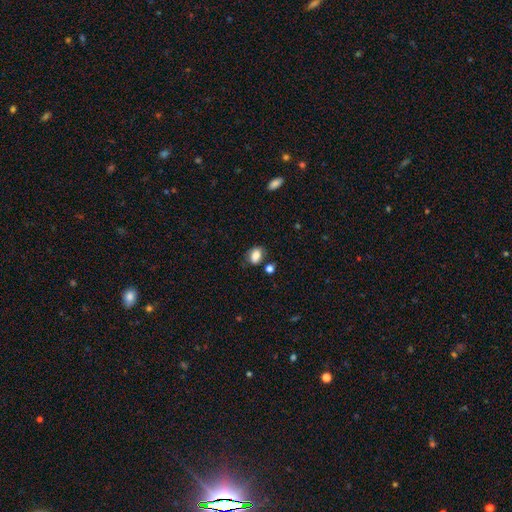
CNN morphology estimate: Smooth or featured?
  - smooth: 82% *
  - star or artifact: 9%
  - featured or disk: 9%
How rounded?
  - in between: 78% *
  - round: 20%
  - cigar-shaped: 2%
Merging?
  - none: 66% *
  - minor disturbance: 21%
  - merger: 7%
  - major disturbance: 6%